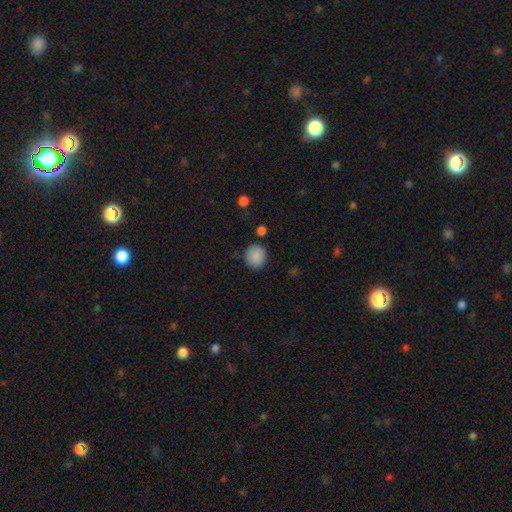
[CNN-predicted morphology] smooth 88%, star or artifact 8%, featured or disk 4%. Down the decision tree: how rounded — round (82%); merging — none (84%).